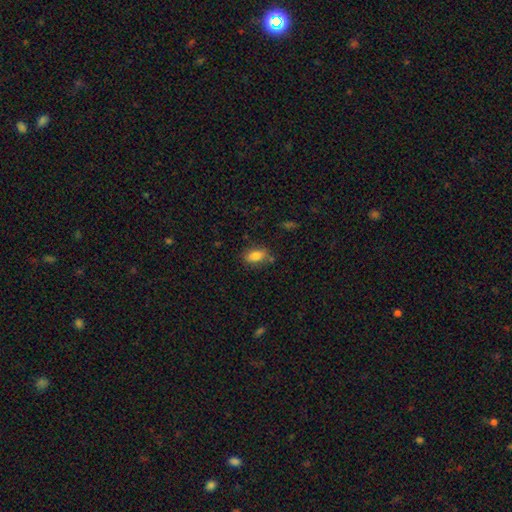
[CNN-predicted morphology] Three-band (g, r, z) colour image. It shows a smooth galaxy with no disk features (82%) that is in between round and cigar-shaped (87%). Merging: none (74%).